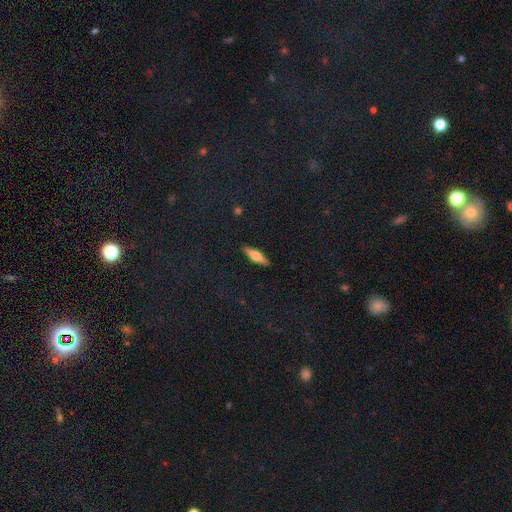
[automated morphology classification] The model was most divided on "smooth or featured": featured or disk: 50%, smooth: 42%, star or artifact: 7%. More confident: edge-on disk — yes (95%); merging — none (90%).